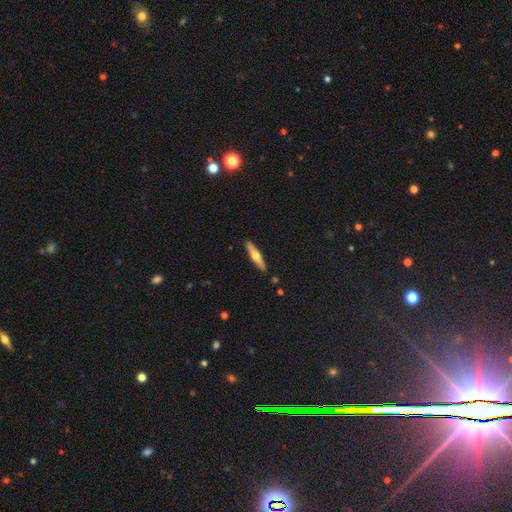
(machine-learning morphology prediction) A featured or disk galaxy (58%) viewed edge-on (95%) with a rounded central bulge (94%).

Vote fractions:
- Smooth or featured? featured or disk: 58% / smooth: 37% / star or artifact: 5%
- Edge-on disk? yes: 95% / no: 5%
- Edge-on bulge? rounded: 94% / none: 4% / boxy: 2%
- Merging? none: 90% / minor disturbance: 7% / major disturbance: 1% / merger: 1%